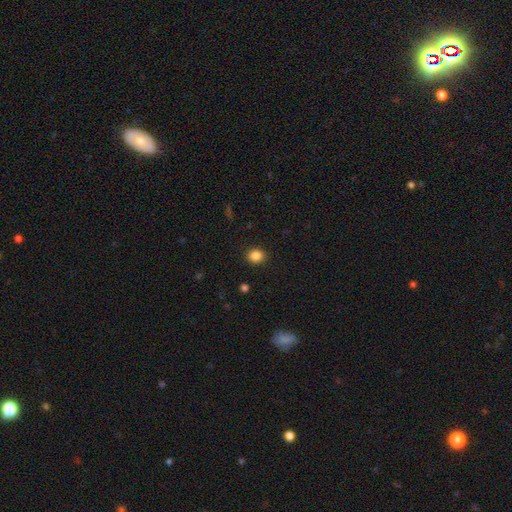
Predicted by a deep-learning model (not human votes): smooth_or_featured: smooth (p=0.86) [alt: star or artifact p=0.10]
how_rounded: round (p=0.72) [alt: in between p=0.27]
merging: none (p=0.91) [alt: minor disturbance p=0.06]